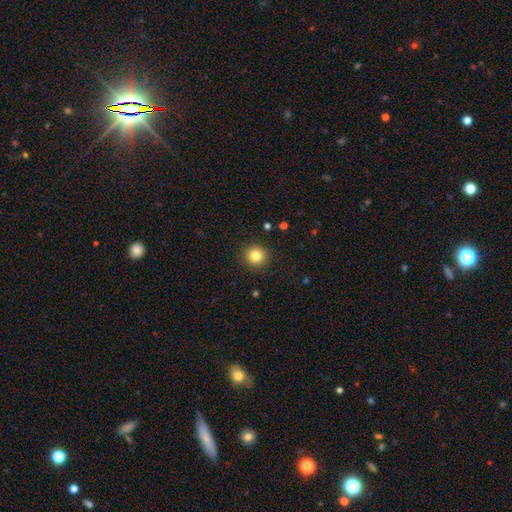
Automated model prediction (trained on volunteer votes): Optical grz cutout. It shows a smooth galaxy with no disk features (83%) that is round (92%). Merging: none (91%).